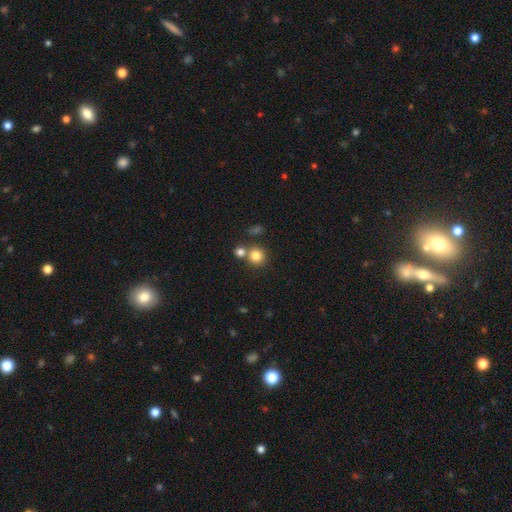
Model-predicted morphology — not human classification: Smooth or featured? smooth (81%)
How rounded? round (89%)
Merging? none (64%)